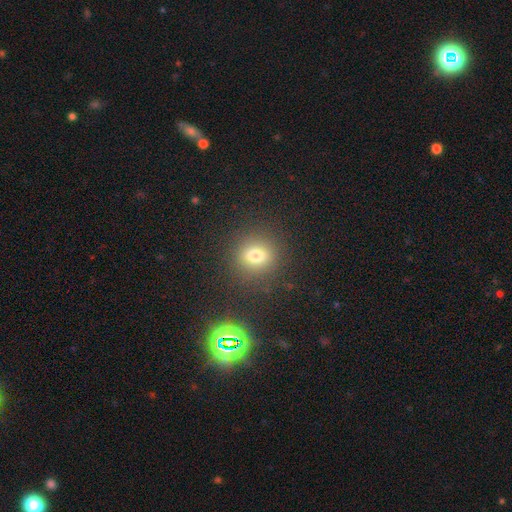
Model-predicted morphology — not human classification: smooth 75%, star or artifact 16%, featured or disk 9%. Down the decision tree: how rounded — round (77%); merging — none (86%).